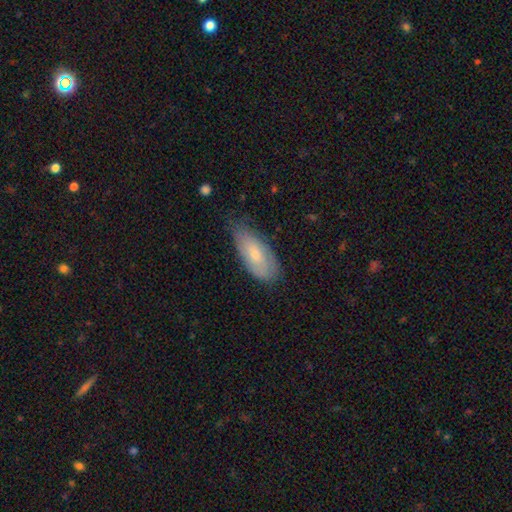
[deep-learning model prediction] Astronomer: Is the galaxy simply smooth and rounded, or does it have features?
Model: smooth — 64%.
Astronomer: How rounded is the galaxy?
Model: in between — 84%.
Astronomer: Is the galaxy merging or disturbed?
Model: none — 61%.